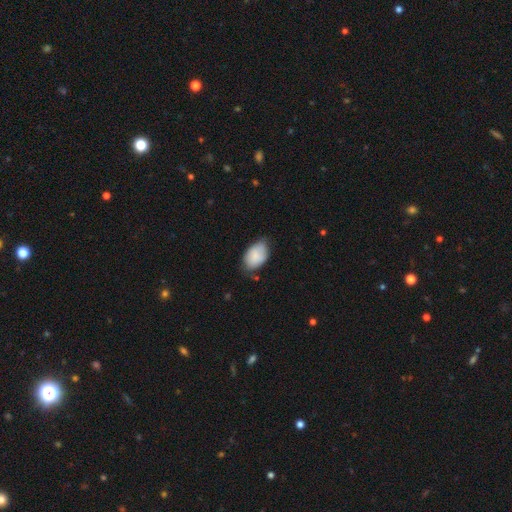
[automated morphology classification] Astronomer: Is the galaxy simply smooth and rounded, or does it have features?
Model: smooth — 84%.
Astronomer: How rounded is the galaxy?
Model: in between — 90%.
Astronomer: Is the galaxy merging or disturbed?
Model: none — 59% (runner-up: minor disturbance, 34%).